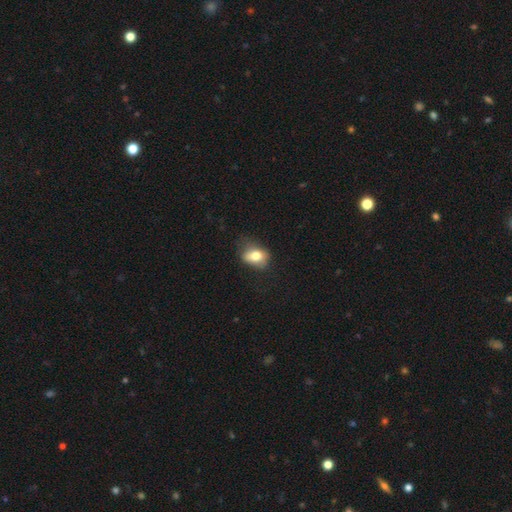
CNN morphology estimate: type=smooth (73%); roundness=in between (72%); merging=none (56%).